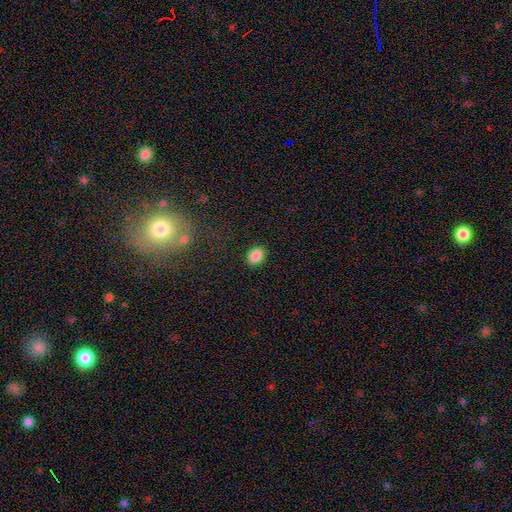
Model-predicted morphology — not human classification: smooth-or-featured: smooth: 87% | star or artifact: 9% | featured or disk: 4%
  how-rounded: in between: 70% | round: 29% | cigar-shaped: 1%
  merging: none: 89% | minor disturbance: 8% | major disturbance: 2% | merger: 1%